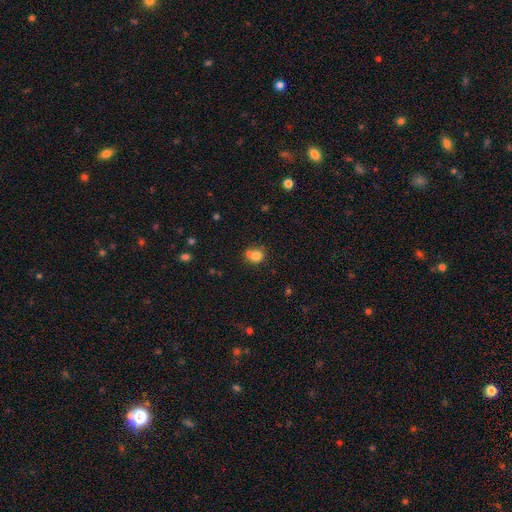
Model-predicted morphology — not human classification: A smooth galaxy with no disk features (77%) that is round (70%). Merging: none (41%).